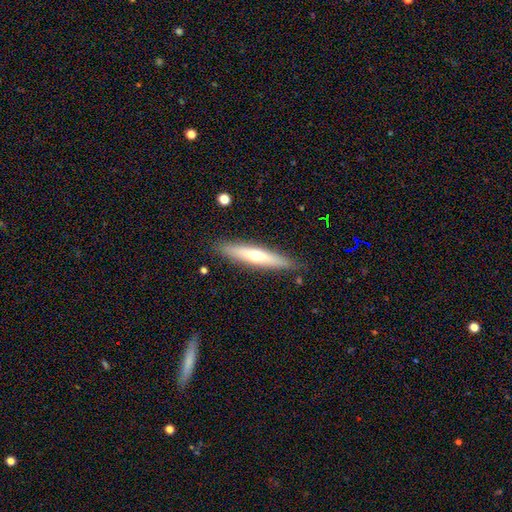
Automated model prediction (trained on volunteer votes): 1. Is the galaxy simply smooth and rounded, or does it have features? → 49% featured or disk, 45% smooth, 6% star or artifact.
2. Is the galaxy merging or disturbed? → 88% none, 9% minor disturbance, 2% major disturbance, 1% merger.